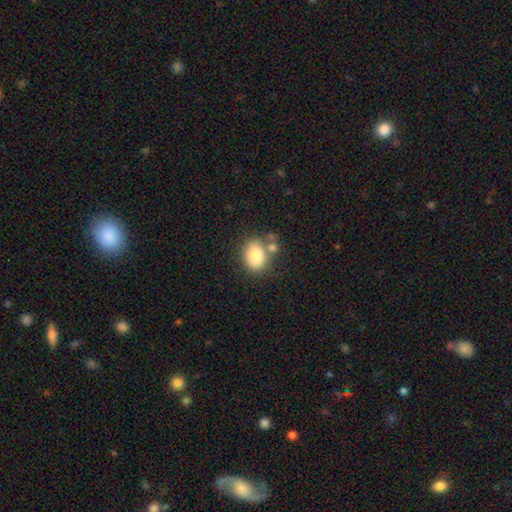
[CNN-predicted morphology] smooth-or-featured: smooth: 83% | featured or disk: 9% | star or artifact: 8%
  how-rounded: in between: 65% | round: 34% | cigar-shaped: 1%
  merging: none: 61% | merger: 18% | minor disturbance: 16% | major disturbance: 6%